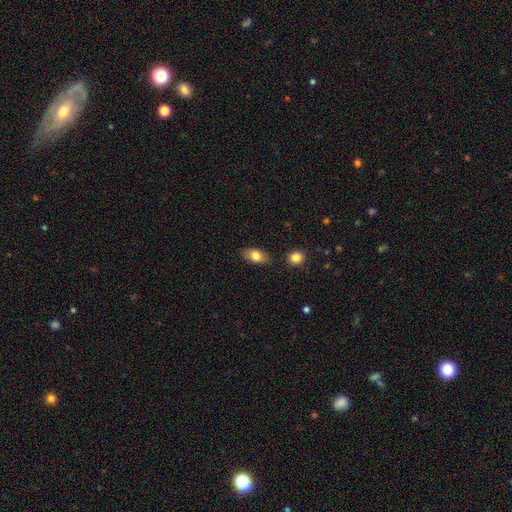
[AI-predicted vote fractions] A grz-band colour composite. It shows a smooth galaxy with no disk features (80%) that is in between round and cigar-shaped (89%). Merging: none (83%).